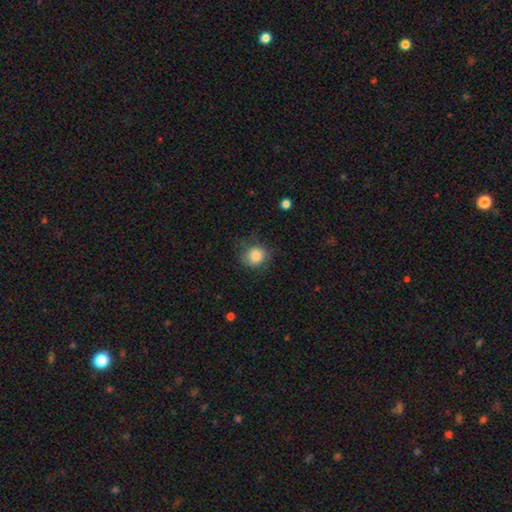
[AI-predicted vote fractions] A smooth galaxy with no disk features (82%) that is round (77%). Merging: none (66%).